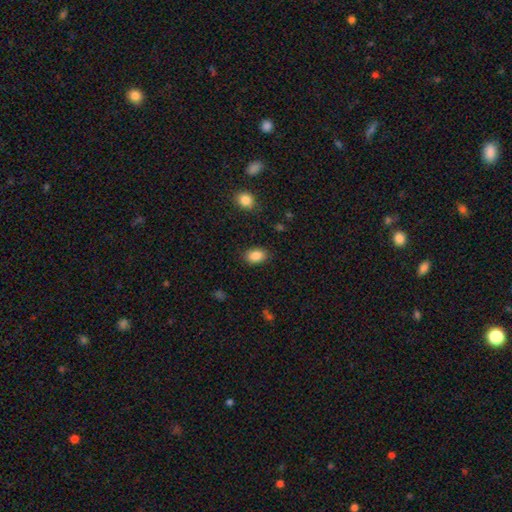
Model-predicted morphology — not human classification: This appears to be a smooth galaxy with no disk features (87%) that is in between round and cigar-shaped (85%). Merging: none (85%).